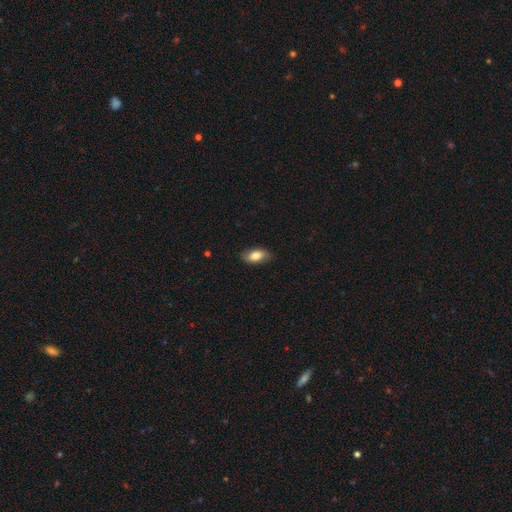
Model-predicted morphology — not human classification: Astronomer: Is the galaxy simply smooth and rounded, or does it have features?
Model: smooth — 79%.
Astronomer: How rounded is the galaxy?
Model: in between — 91%.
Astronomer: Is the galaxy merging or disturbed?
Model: none — 83%.